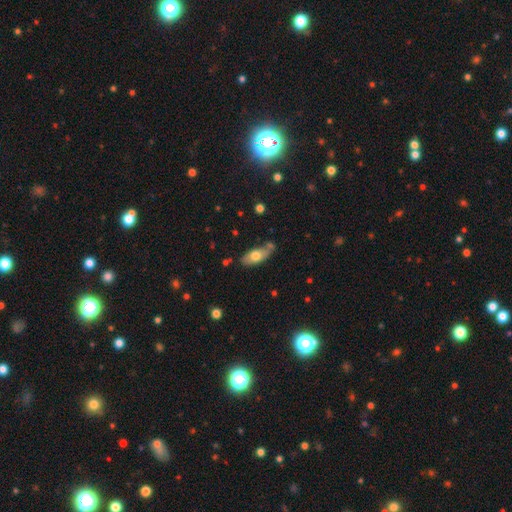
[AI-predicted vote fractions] Smooth or featured? Predicted: smooth (p=0.67). How rounded? Predicted: in between (p=0.81). Merging? Predicted: none (p=0.64).